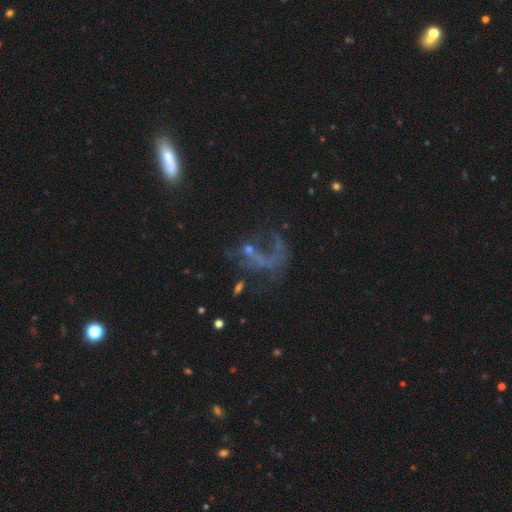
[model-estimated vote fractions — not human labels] Smooth or featured?
  - featured or disk: 58% *
  - smooth: 21%
  - star or artifact: 21%
Edge-on disk?
  - no: 95% *
  - yes: 5%
Bar?
  - no: 80% *
  - weak: 15%
  - strong: 6%
Spiral arms?
  - no: 57% *
  - yes: 43%
Bulge size?
  - none: 53% *
  - small: 33%
  - moderate: 10%
  - large: 2%
  - dominant: 2%
Merging?
  - major disturbance: 45% *
  - none: 31%
  - minor disturbance: 13%
  - merger: 11%